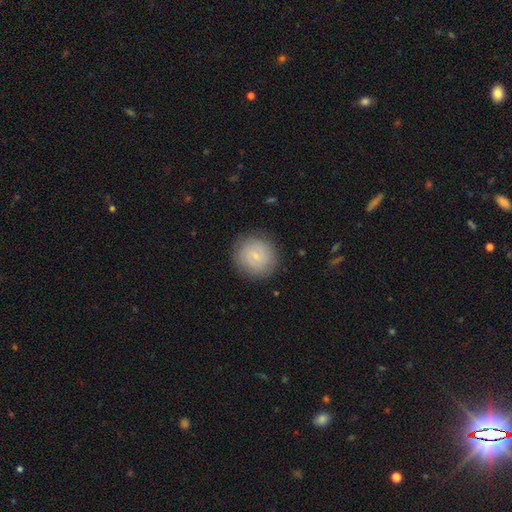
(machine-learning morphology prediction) Smooth or featured? smooth (56%)
How rounded? round (88%)
Merging? none (86%)